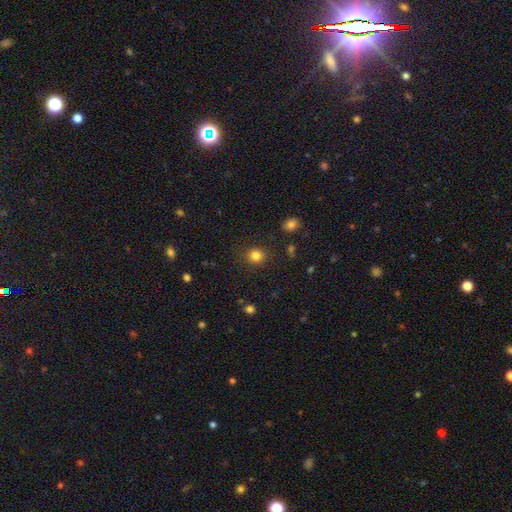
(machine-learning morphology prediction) Q: Smooth or featured?
A: smooth (83%); runner-up: star or artifact (12%)
Q: How rounded?
A: round (84%); runner-up: in between (16%)
Q: Merging?
A: none (87%); runner-up: minor disturbance (8%)